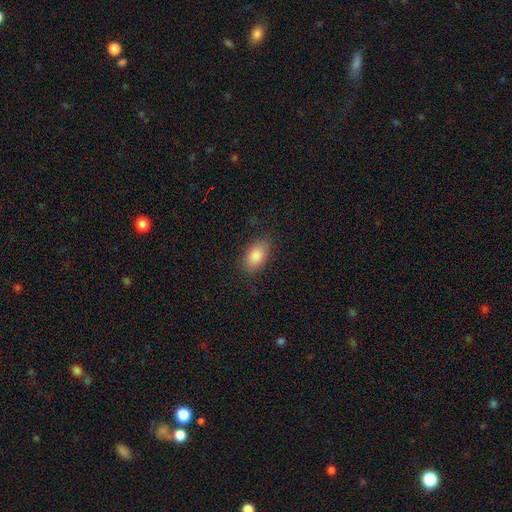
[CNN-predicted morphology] Smooth or featured? smooth (88%)
How rounded? in between (92%)
Merging? none (83%)